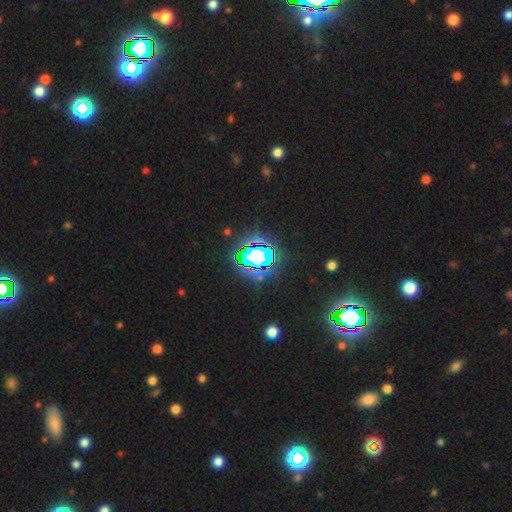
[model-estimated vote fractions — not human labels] Q: Smooth or featured?
A: star or artifact (69%); runner-up: smooth (17%)